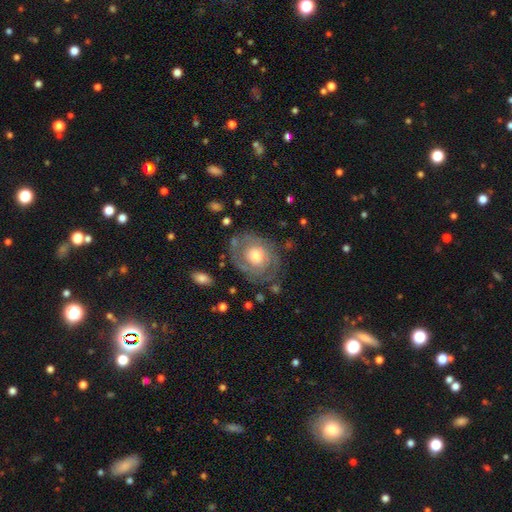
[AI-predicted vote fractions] smooth-or-featured: featured or disk: 74% | smooth: 20% | star or artifact: 6%
  disk-edge-on: no: 97% | yes: 3%
    bar: no: 80% | weak: 17% | strong: 3%
    has-spiral-arms: yes: 79% | no: 21%
      spiral-winding: tight: 65% | medium: 26% | loose: 9%
      spiral-arm-count: can't tell: 42% | 2: 30% | 3: 11% | 1: 8% | 4: 5% | more than 4: 4%
    bulge-size: moderate: 57% | large: 25% | small: 14% | dominant: 2% | none: 2%
  merging: none: 71% | minor disturbance: 18% | major disturbance: 9% | merger: 2%